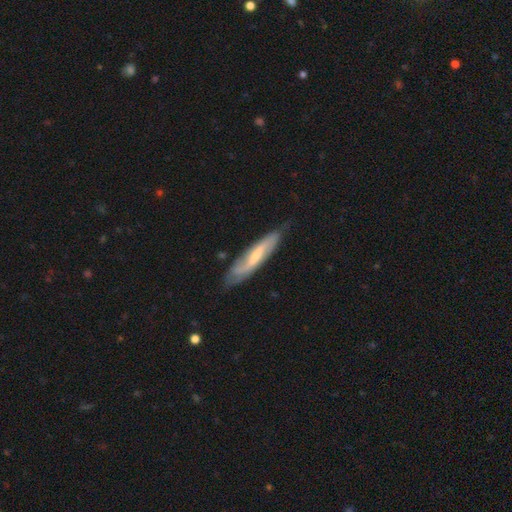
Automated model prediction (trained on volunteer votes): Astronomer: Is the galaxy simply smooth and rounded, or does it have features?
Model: featured or disk — 65%.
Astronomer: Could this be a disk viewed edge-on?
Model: no — 63%.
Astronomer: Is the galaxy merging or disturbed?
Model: none — 69%.